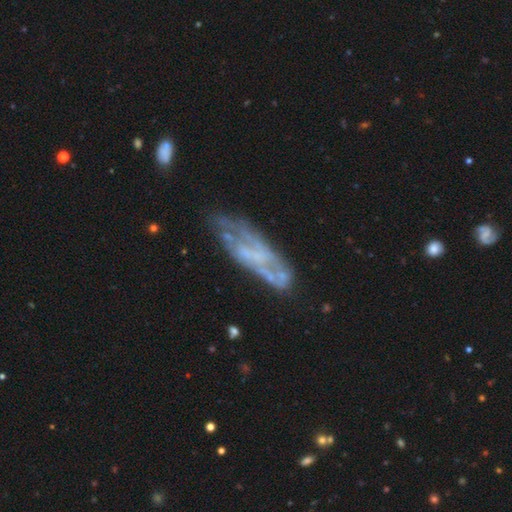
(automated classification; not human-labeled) Q: Smooth or featured?
A: featured or disk (70%); runner-up: smooth (22%)
Q: Edge-on disk?
A: no (80%); runner-up: yes (20%)
Q: Bar?
A: no (63%); runner-up: weak (26%)
Q: Spiral arms?
A: no (53%); runner-up: yes (47%)
Q: Bulge size?
A: none (60%); runner-up: small (25%)
Q: Merging?
A: none (54%); runner-up: minor disturbance (25%)